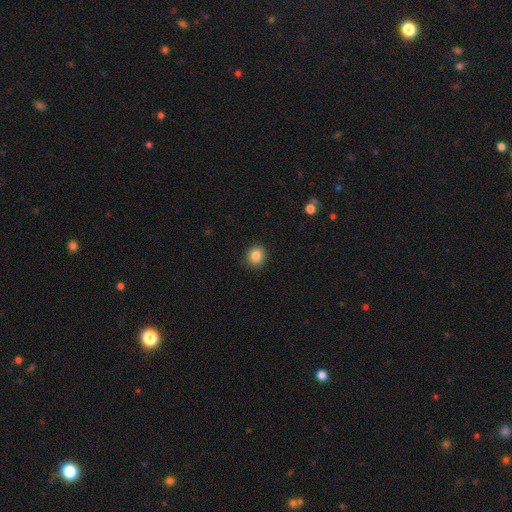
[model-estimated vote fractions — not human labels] Overall: smooth (85%). How rounded: round (77%). Merging: none (90%).